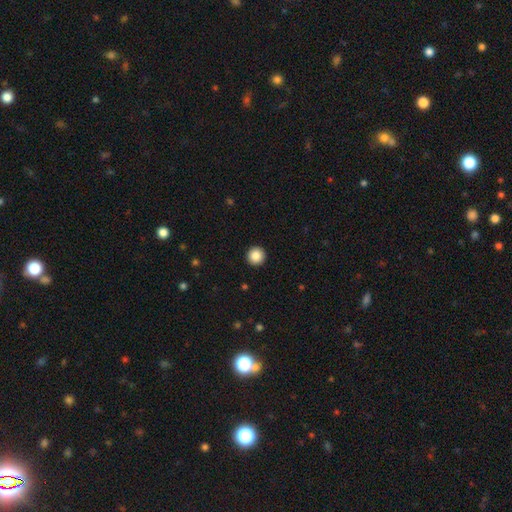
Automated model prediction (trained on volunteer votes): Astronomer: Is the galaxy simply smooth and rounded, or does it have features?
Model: smooth — 88%.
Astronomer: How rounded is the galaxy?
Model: round — 96%.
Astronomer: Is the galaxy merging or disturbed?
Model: none — 93%.